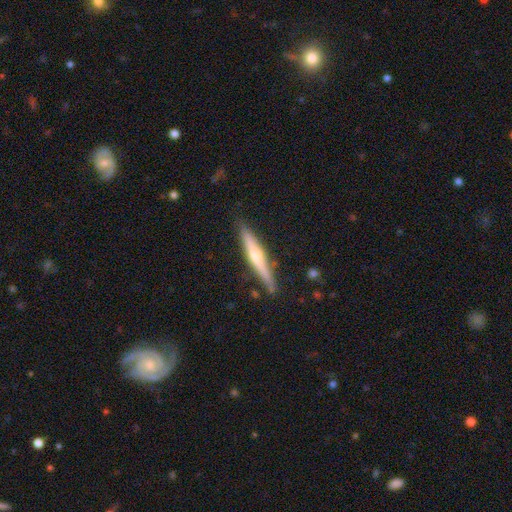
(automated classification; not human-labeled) This is likely a featured or disk galaxy (61%). It is clearly viewed edge-on (96%). Edge-on bulge: clearly rounded (81%). Merging: clearly none (84%).